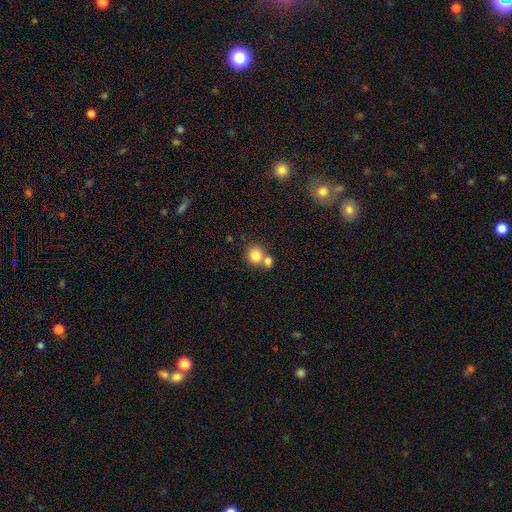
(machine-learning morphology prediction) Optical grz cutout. It shows a smooth galaxy with no disk features (81%) that is round (84%). Merging: merger (46%).